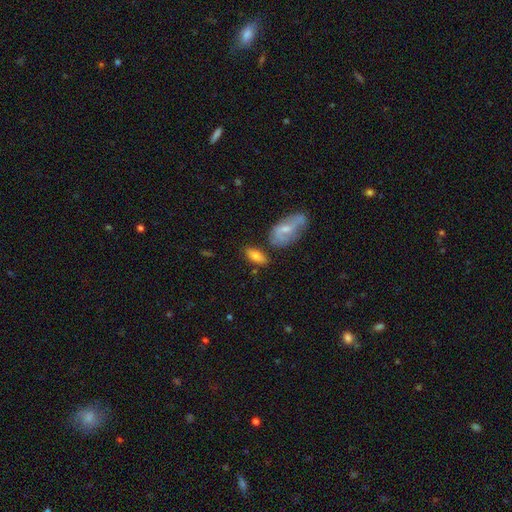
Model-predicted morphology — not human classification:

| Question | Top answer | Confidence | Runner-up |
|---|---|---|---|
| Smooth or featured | smooth | 71% | featured or disk (21%) |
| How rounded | in between | 85% | cigar-shaped (11%) |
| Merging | none | 65% | minor disturbance (17%) |